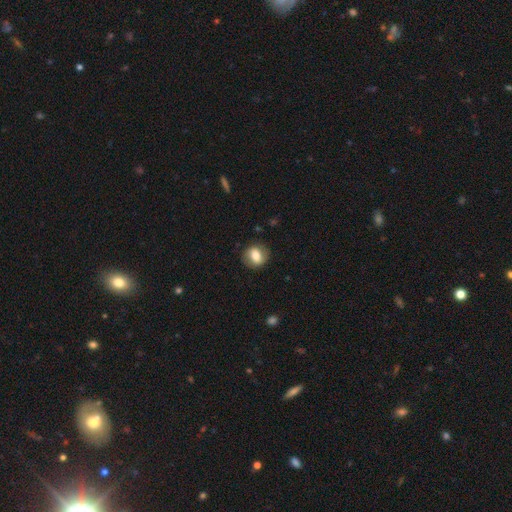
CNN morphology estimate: Overall: smooth (67%). How rounded: round (63%; in between 36%). Merging: none (83%).